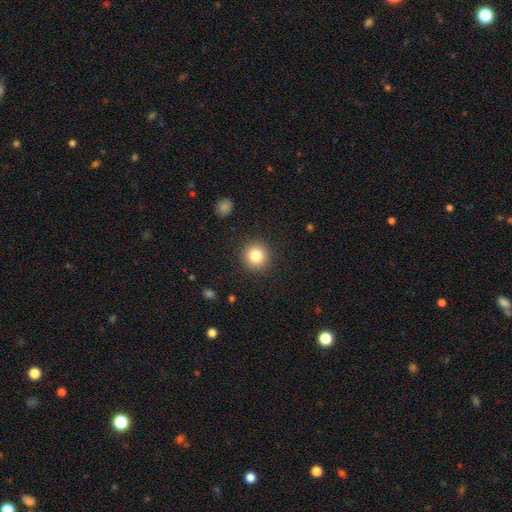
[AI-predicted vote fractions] smooth_or_featured: smooth (p=0.82) [alt: star or artifact p=0.10]
how_rounded: round (p=0.93) [alt: in between p=0.06]
merging: none (p=0.91) [alt: minor disturbance p=0.06]